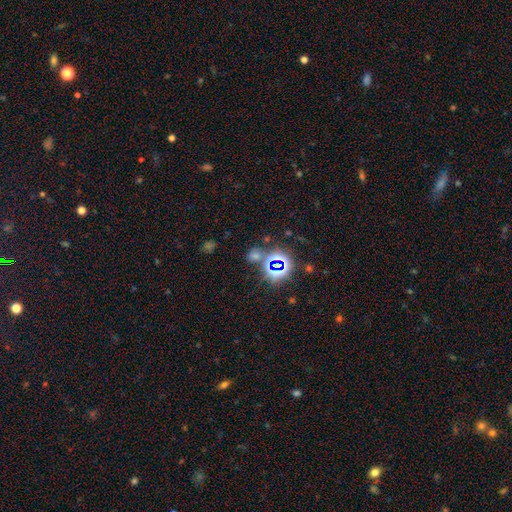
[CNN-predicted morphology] This is likely a star or artifact rather than a galaxy (61%).